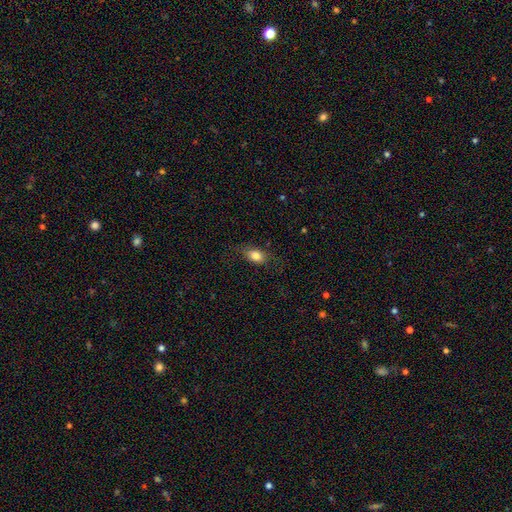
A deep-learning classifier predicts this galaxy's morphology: Overall: smooth (80%). How rounded: in between (82%). Merging: none (72%).